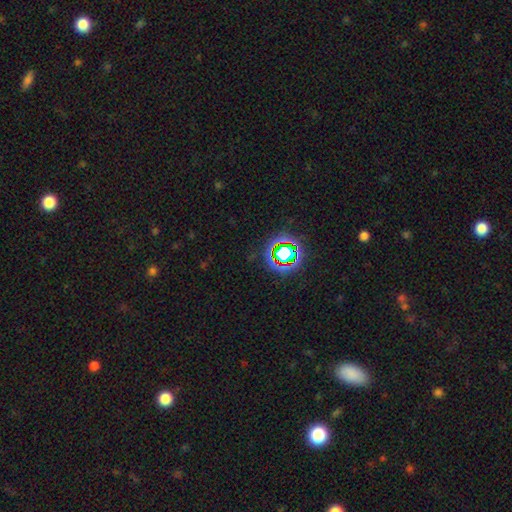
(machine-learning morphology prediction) smooth-or-featured: star or artifact: 75% | smooth: 16% | featured or disk: 9%